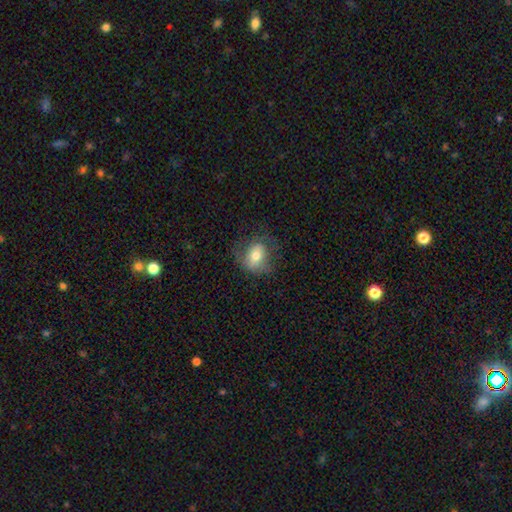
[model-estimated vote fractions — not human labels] Morphology: type=smooth (68%); roundness=round (49%, tied with in between); merging=none (61%).